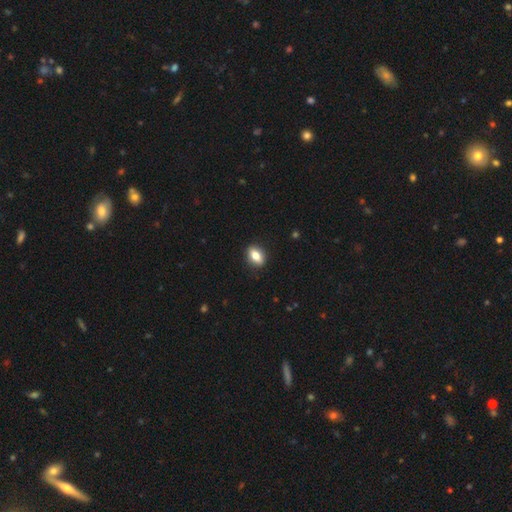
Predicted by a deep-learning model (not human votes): Morphology: type=smooth (76%); roundness=in between (81%); merging=none (87%).